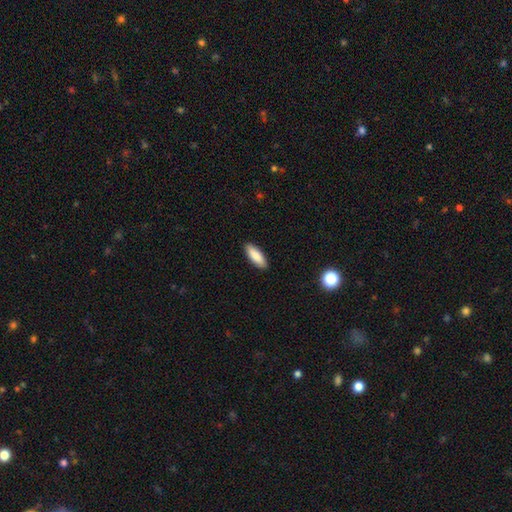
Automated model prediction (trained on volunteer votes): Smooth or featured: smooth — 86% (featured or disk — 8%)
How rounded: in between — 65% (cigar-shaped — 33%)
Merging: none — 90% (minor disturbance — 7%)